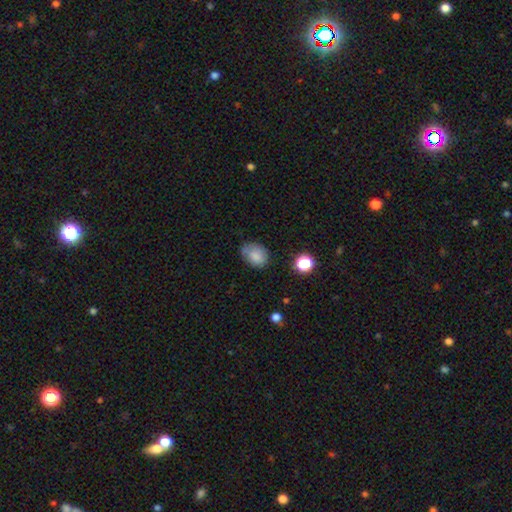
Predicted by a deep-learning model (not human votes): smooth 80%, star or artifact 10%, featured or disk 10%. Down the decision tree: how rounded — in between (62%); merging — none (60%).